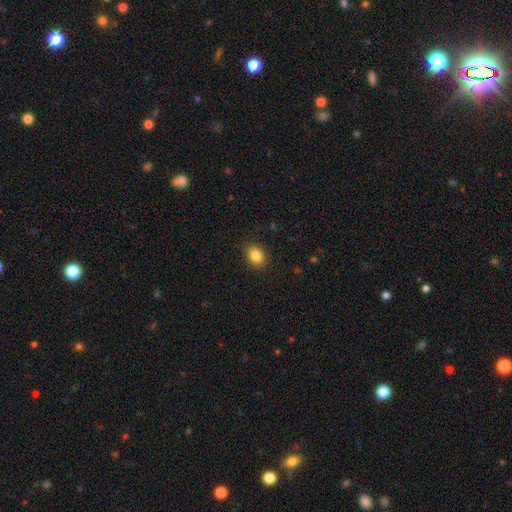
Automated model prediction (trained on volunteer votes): Q: Smooth or featured?
A: smooth (85%); runner-up: star or artifact (10%)
Q: How rounded?
A: in between (60%); runner-up: round (39%)
Q: Merging?
A: none (89%); runner-up: minor disturbance (8%)